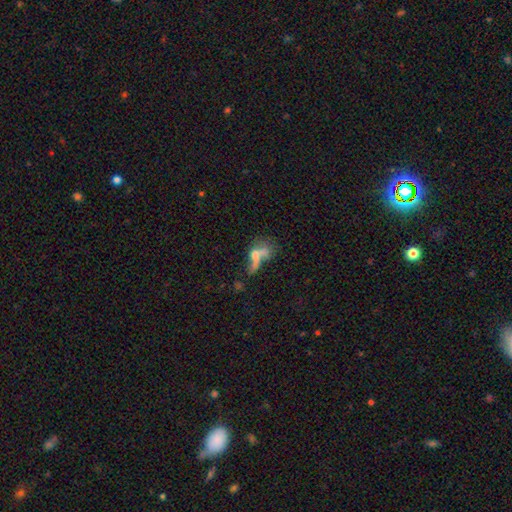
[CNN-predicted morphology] Overall: smooth (48%; featured or disk 37%). Merging: merger (46%; major disturbance 27%).